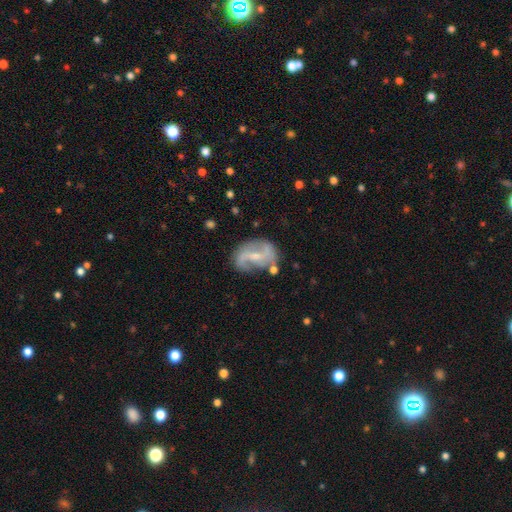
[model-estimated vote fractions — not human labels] smooth_or_featured: featured or disk (p=0.80) [alt: smooth p=0.14]
disk_edge_on: no (p=0.97) [alt: yes p=0.03]
bar: weak (p=0.43) [alt: strong p=0.30]
has_spiral_arms: yes (p=0.90) [alt: no p=0.10]
spiral_winding: loose (p=0.53) [alt: medium p=0.35]
spiral_arm_count: 2 (p=0.87) [alt: can't tell p=0.06]
bulge_size: small (p=0.61) [alt: moderate p=0.29]
merging: none (p=0.67) [alt: minor disturbance p=0.20]